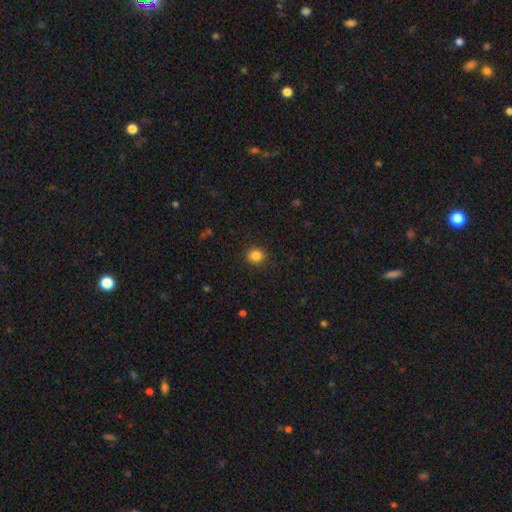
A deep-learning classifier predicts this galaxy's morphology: A smooth galaxy with no disk features (84%) that is round (82%).

Vote fractions:
- Smooth or featured? smooth: 84% / star or artifact: 11% / featured or disk: 4%
- How rounded? round: 82% / in between: 17% / cigar-shaped: 1%
- Merging? none: 90% / minor disturbance: 7% / major disturbance: 2% / merger: 1%